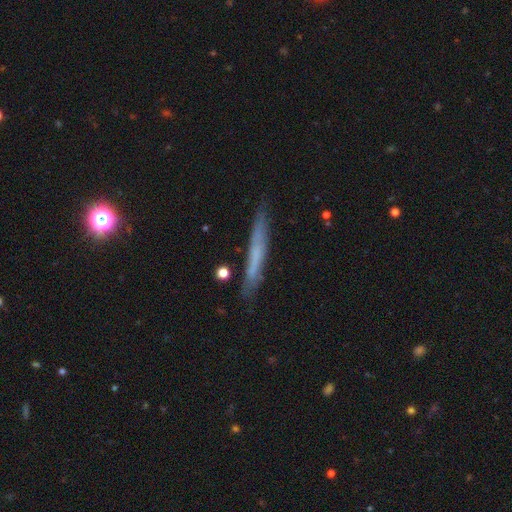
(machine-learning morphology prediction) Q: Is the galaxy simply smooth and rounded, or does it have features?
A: smooth — 50%.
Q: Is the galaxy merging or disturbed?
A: none — 82%.